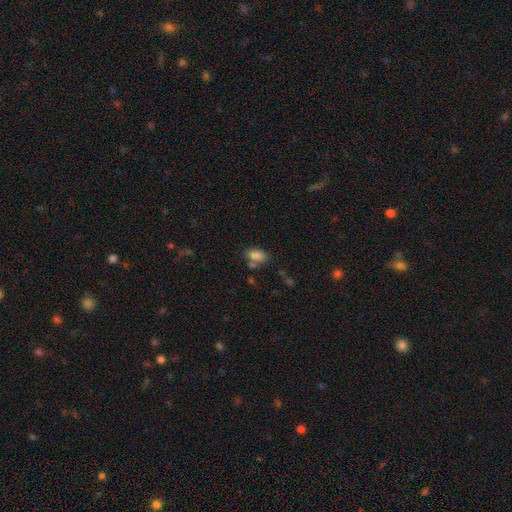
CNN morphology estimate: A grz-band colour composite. It shows a smooth galaxy with no disk features (84%) that is in between round and cigar-shaped (90%). Merging: none (63%).